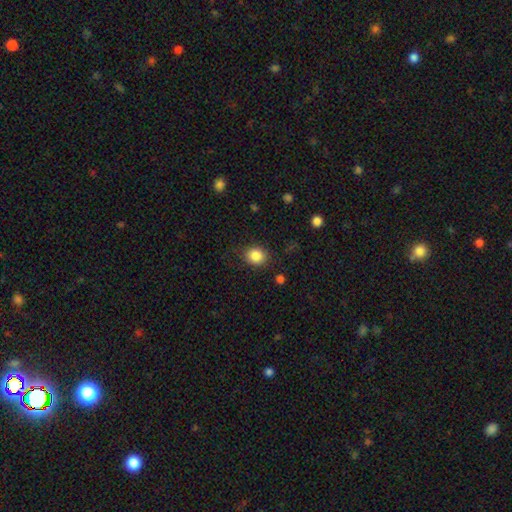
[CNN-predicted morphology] A smooth galaxy with no disk features (86%) that is round (70%).

Vote fractions:
- Smooth or featured? smooth: 86% / star or artifact: 10% / featured or disk: 4%
- How rounded? round: 70% / in between: 29% / cigar-shaped: 1%
- Merging? none: 82% / minor disturbance: 12% / major disturbance: 4% / merger: 1%